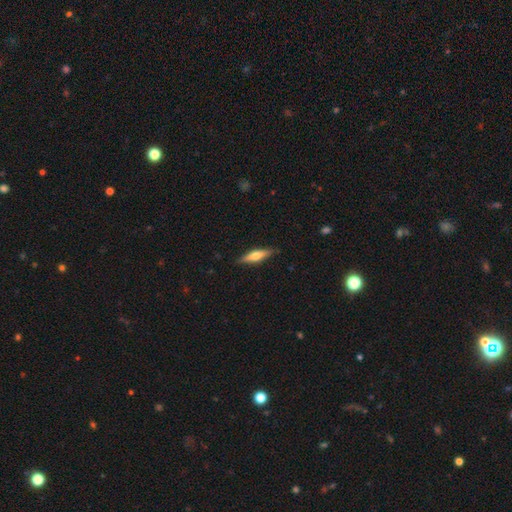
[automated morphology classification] Smooth or featured?
  - featured or disk: 48% *
  - smooth: 46%
  - star or artifact: 6%
Merging?
  - none: 88% *
  - minor disturbance: 9%
  - major disturbance: 2%
  - merger: 1%